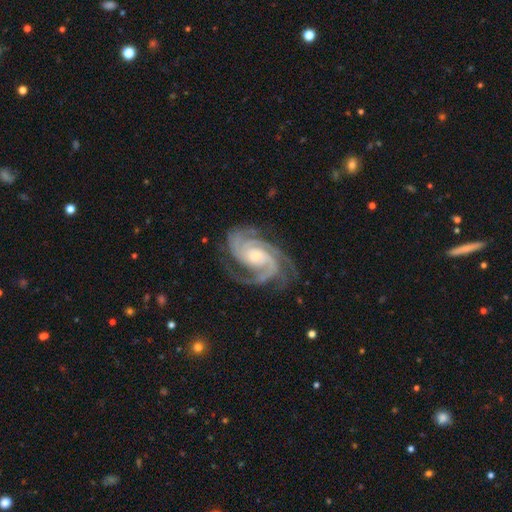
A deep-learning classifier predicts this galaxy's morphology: A featured or disk galaxy (93%) with no bar (59%), 3 (45%) tight (62%) spiral arms (99%) and a moderate central bulge (46%).

Vote fractions:
- Smooth or featured? featured or disk: 93% / star or artifact: 4% / smooth: 3%
- Edge-on disk? no: 98% / yes: 2%
- Bar? no: 59% / weak: 30% / strong: 11%
- Spiral arms? yes: 99% / no: 1%
- Spiral winding? tight: 62% / medium: 34% / loose: 4%
- Spiral arm count? 3: 45% / 2: 21% / 4: 14% / can't tell: 8% / more than 4: 6% / 1: 5%
- Bulge size? moderate: 46% / small: 42% / large: 7% / none: 4% / dominant: 1%
- Merging? none: 74% / minor disturbance: 17% / major disturbance: 8% / merger: 1%